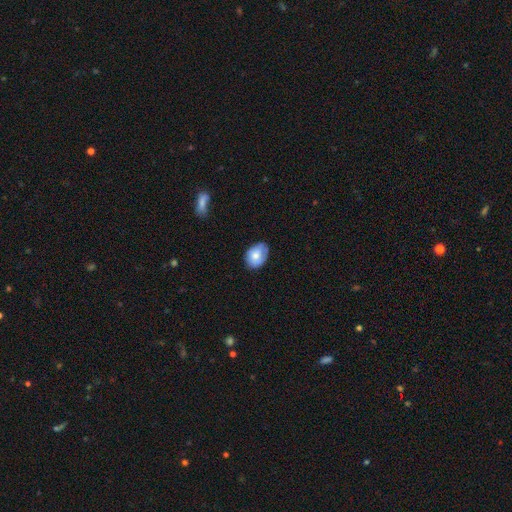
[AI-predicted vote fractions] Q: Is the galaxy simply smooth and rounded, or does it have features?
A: smooth — 67%.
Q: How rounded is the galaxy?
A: in between — 69%.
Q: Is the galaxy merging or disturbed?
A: none — 62%.